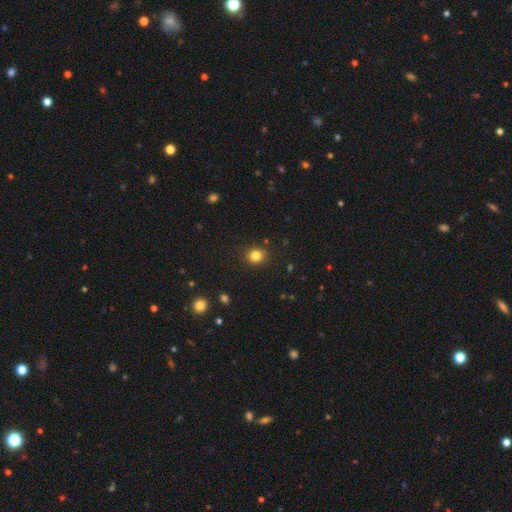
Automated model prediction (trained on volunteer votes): Smooth or featured? Predicted: smooth (p=0.82). How rounded? Predicted: round (p=0.86). Merging? Predicted: none (p=0.89).